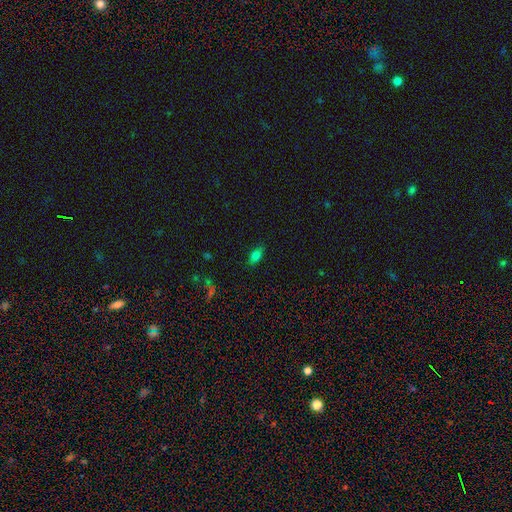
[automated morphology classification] Smooth or featured? smooth (75%)
How rounded? in between (87%)
Merging? none (84%)